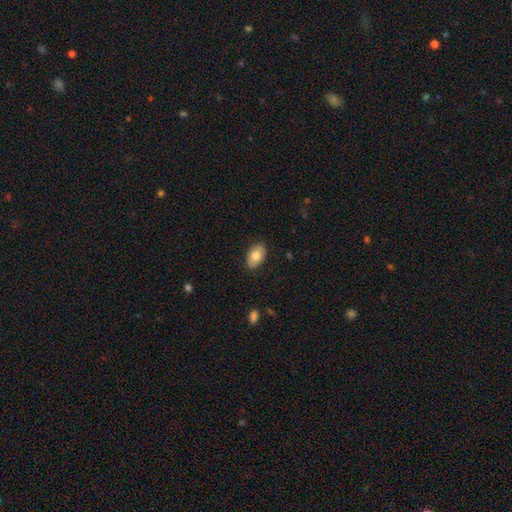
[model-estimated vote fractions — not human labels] Smooth or featured? smooth (76%)
How rounded? in between (90%)
Merging? none (85%)